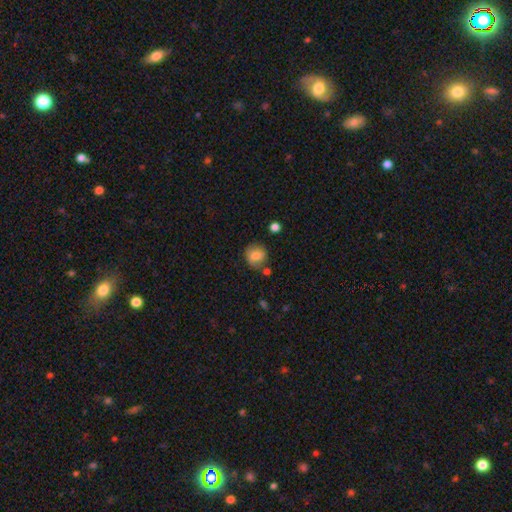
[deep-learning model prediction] Morphology: type=smooth (80%); roundness=round (79%); merging=none (71%).